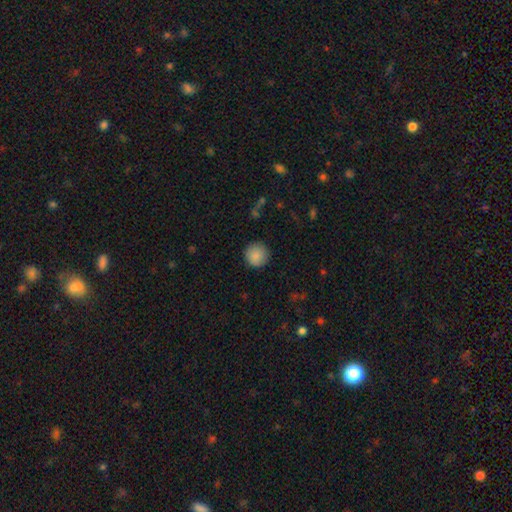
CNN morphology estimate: type=smooth (88%); roundness=round (95%); merging=none (90%).